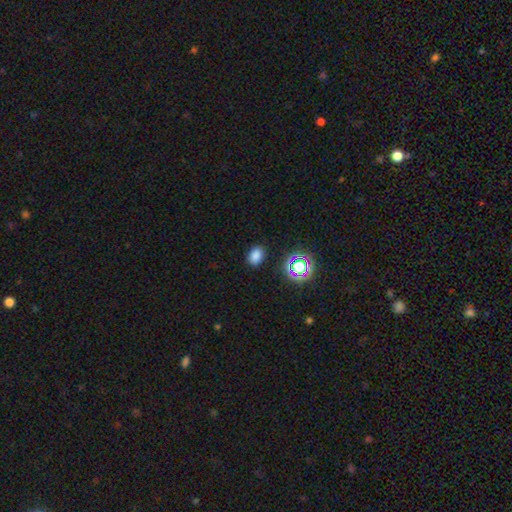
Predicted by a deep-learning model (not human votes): smooth 77%, star or artifact 18%, featured or disk 5%. Down the decision tree: how rounded — in between (77%); merging — none (86%).